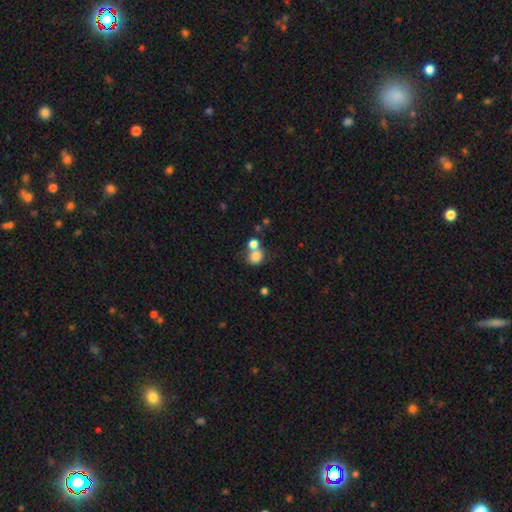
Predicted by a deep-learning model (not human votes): smooth_or_featured: smooth (p=0.80) [alt: star or artifact p=0.12]
how_rounded: round (p=0.77) [alt: in between p=0.22]
merging: none (p=0.43) [alt: merger p=0.42]